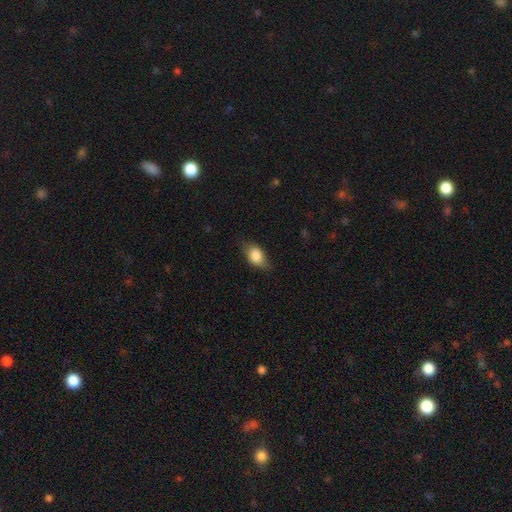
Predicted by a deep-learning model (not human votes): Smooth or featured: smooth — 81% (featured or disk — 12%)
How rounded: in between — 81% (round — 15%)
Merging: none — 70% (minor disturbance — 23%)